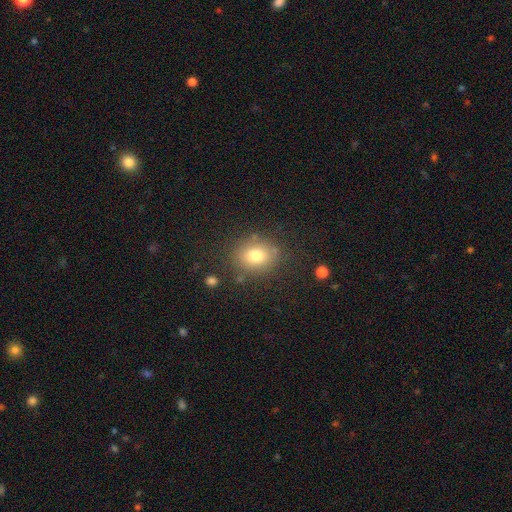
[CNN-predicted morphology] This appears to be a smooth galaxy with no disk features (78%) that is round (57%). Merging: none (80%).